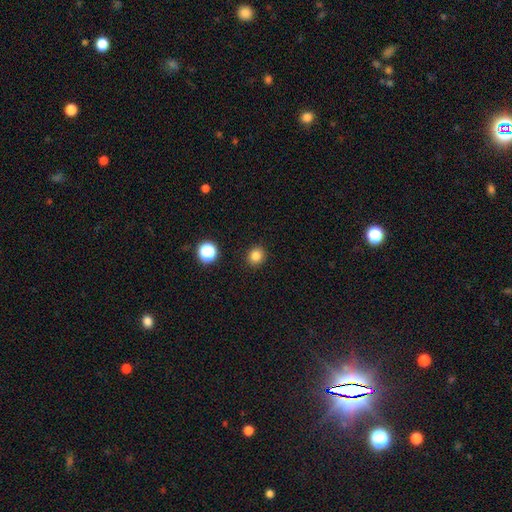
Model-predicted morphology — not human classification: Smooth or featured? Predicted: smooth (p=0.82). How rounded? Predicted: round (p=0.87). Merging? Predicted: none (p=0.91).